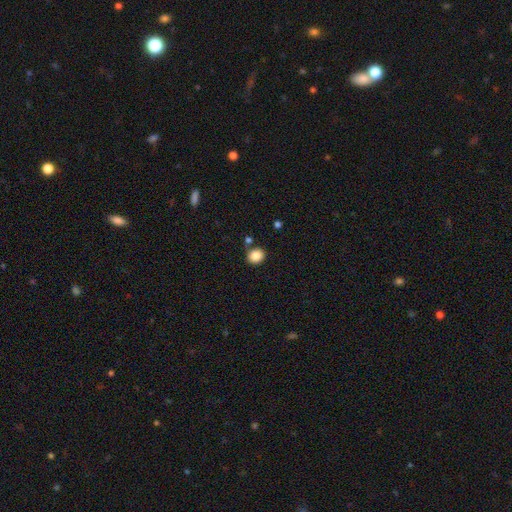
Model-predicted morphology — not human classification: Q: Smooth or featured?
A: smooth (86%); runner-up: star or artifact (10%)
Q: How rounded?
A: round (69%); runner-up: in between (30%)
Q: Merging?
A: none (80%); runner-up: minor disturbance (10%)